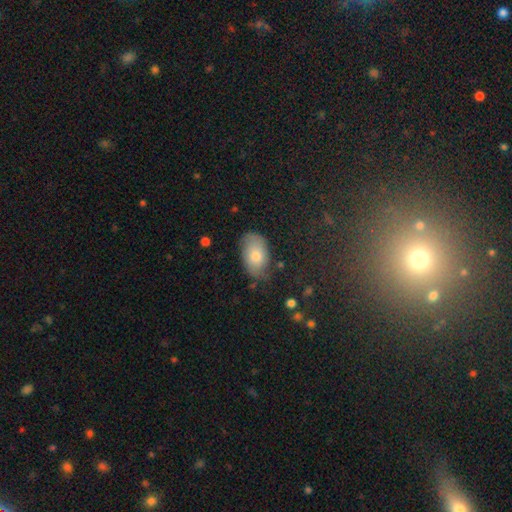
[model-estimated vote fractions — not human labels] The model was most divided on "merging": none: 68%, minor disturbance: 25%, major disturbance: 6%, merger: 2%. More confident: how rounded — in between (91%); smooth or featured — smooth (74%).